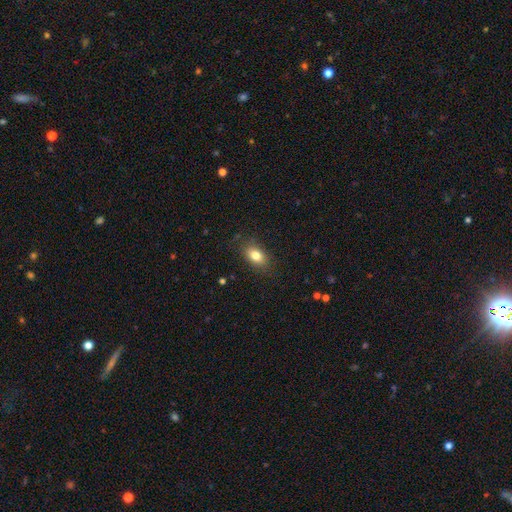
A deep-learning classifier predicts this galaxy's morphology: type=smooth (81%); roundness=in between (86%); merging=none (83%).